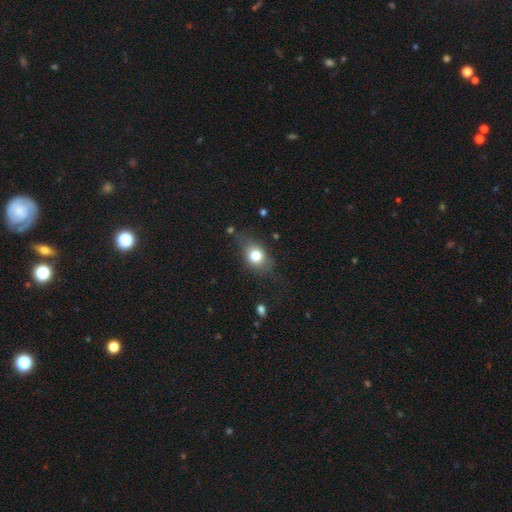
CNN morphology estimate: A smooth galaxy with no disk features (74%) that is in between round and cigar-shaped (57%). Merging: none (65%).